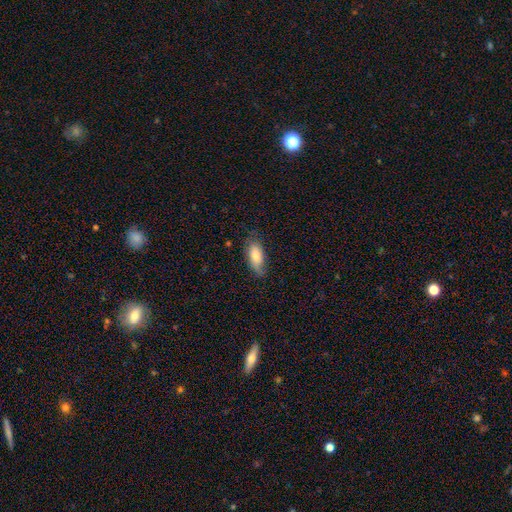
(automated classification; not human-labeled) smooth_or_featured: smooth (p=0.79) [alt: featured or disk p=0.15]
how_rounded: in between (p=0.81) [alt: cigar-shaped p=0.17]
merging: none (p=0.71) [alt: minor disturbance p=0.23]